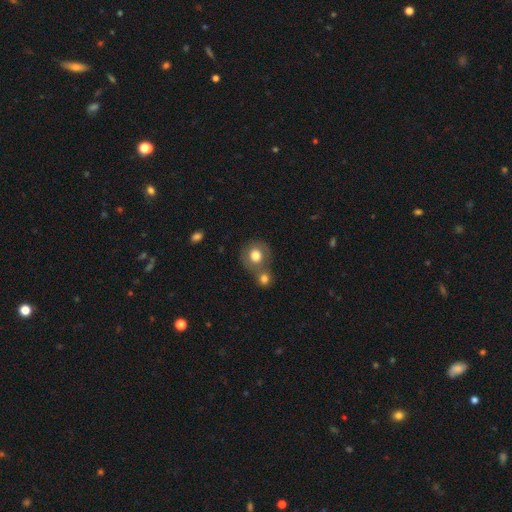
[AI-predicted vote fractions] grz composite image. It shows a smooth galaxy with no disk features (73%) that is round (82%). Merging: none (47%).